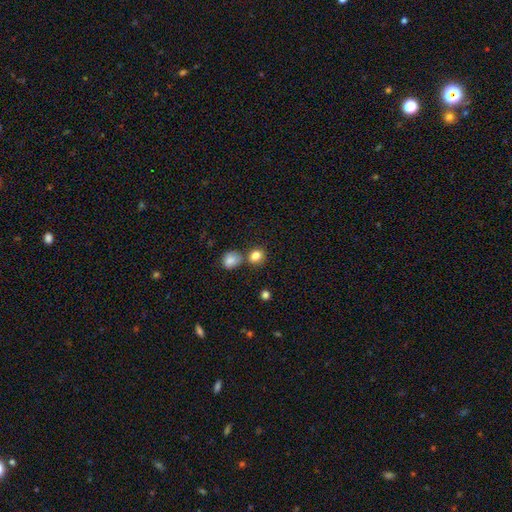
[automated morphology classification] smooth_or_featured: smooth (p=0.83) [alt: star or artifact p=0.11]
how_rounded: round (p=0.77) [alt: in between p=0.21]
merging: none (p=0.66) [alt: merger p=0.21]